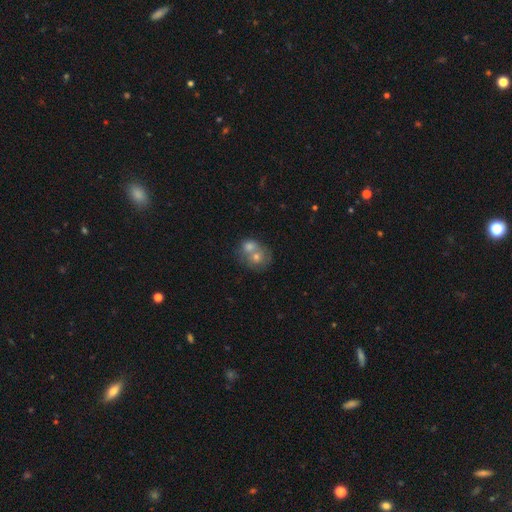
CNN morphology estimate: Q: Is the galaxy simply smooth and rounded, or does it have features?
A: smooth — 58%.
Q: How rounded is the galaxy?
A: round — 75%.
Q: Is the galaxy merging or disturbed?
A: merger — 61%.